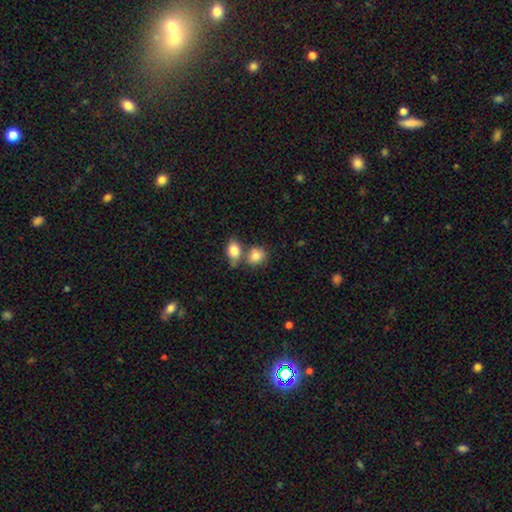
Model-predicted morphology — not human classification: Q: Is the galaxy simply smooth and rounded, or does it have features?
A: smooth — 82%.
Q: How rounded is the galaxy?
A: round — 53%.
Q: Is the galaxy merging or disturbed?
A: none — 44%.